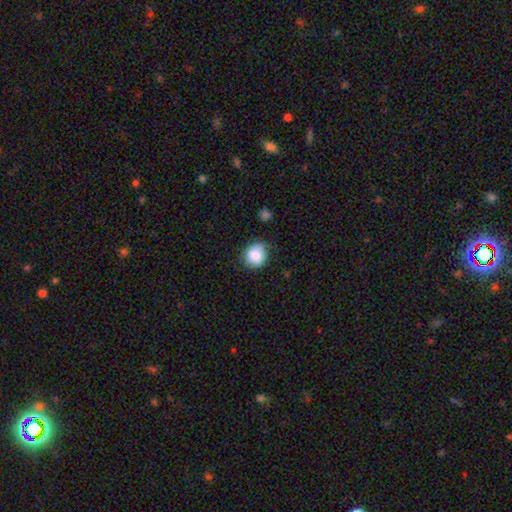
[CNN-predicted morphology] This is clearly a smooth galaxy (84%). How rounded: likely round (75%). Merging: likely none (76%).